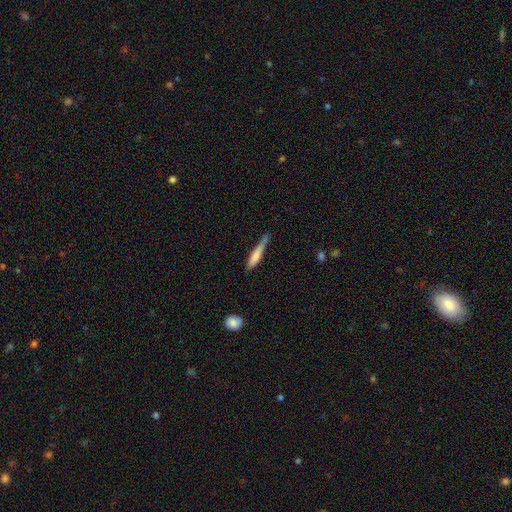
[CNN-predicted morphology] smooth_or_featured: smooth (p=0.70) [alt: featured or disk p=0.24]
how_rounded: cigar-shaped (p=0.88) [alt: in between p=0.10]
merging: none (p=0.47) [alt: minor disturbance p=0.33]